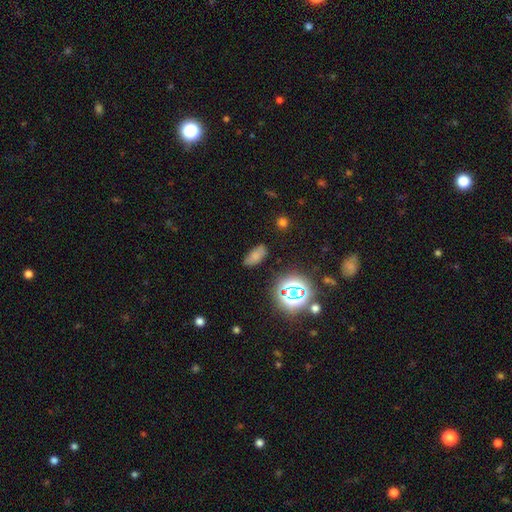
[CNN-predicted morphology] smooth_or_featured: smooth (p=0.68) [alt: star or artifact p=0.21]
how_rounded: in between (p=0.88) [alt: cigar-shaped p=0.06]
merging: none (p=0.79) [alt: minor disturbance p=0.15]